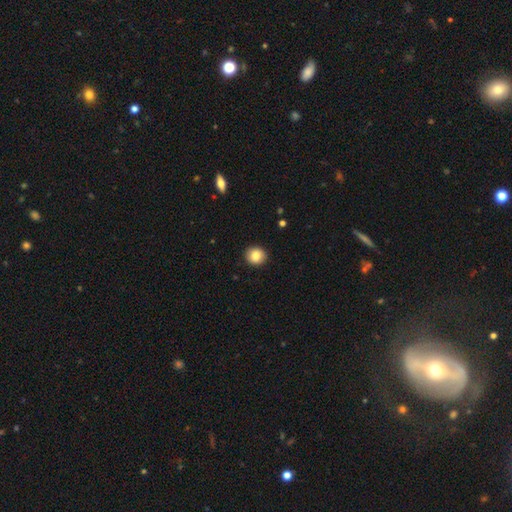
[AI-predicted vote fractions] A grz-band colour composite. It shows a smooth galaxy with no disk features (84%) that is round (88%). Merging: none (93%).